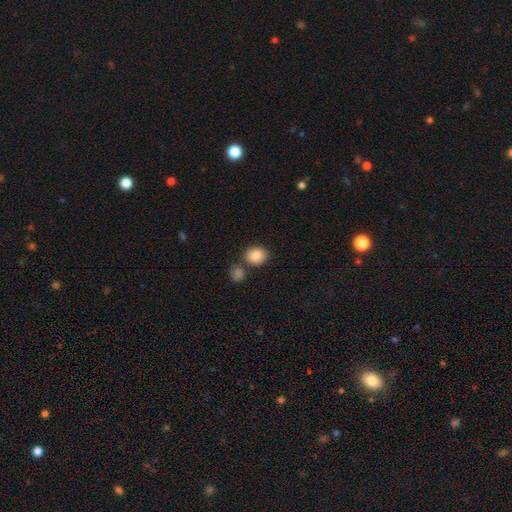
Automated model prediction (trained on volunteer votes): Smooth or featured?
  - smooth: 87% *
  - star or artifact: 8%
  - featured or disk: 5%
How rounded?
  - round: 58% *
  - in between: 41%
  - cigar-shaped: 1%
Merging?
  - none: 69% *
  - merger: 16%
  - minor disturbance: 11%
  - major disturbance: 3%